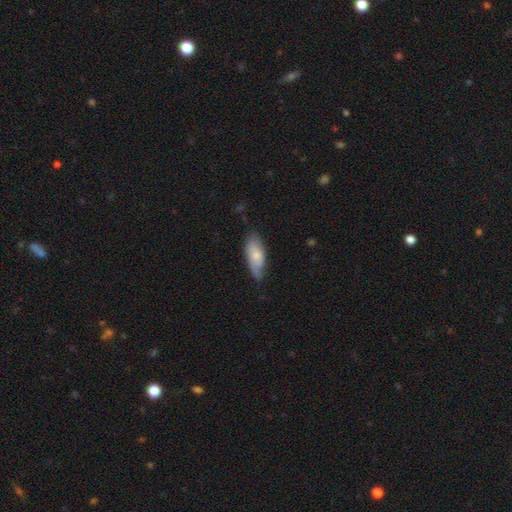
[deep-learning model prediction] Smooth or featured? smooth (65%)
How rounded? in between (80%)
Merging? none (63%)